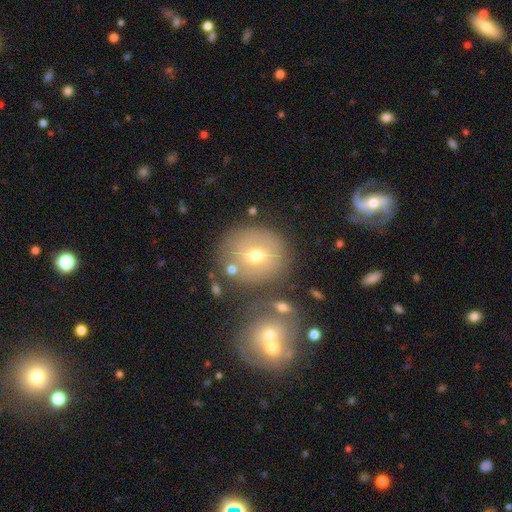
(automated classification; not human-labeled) A smooth galaxy with no disk features (50%).

Vote fractions:
- Smooth or featured? smooth: 50% / featured or disk: 39% / star or artifact: 11%
- Merging? none: 72% / minor disturbance: 13% / merger: 10% / major disturbance: 5%